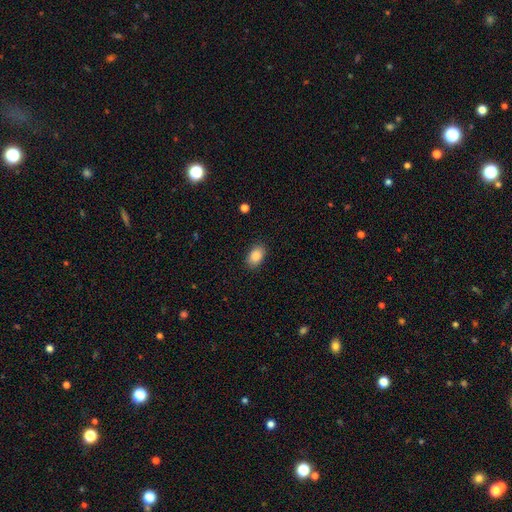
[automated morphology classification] This is clearly a smooth galaxy (86%). How rounded: clearly in between (88%). Merging: clearly none (87%).